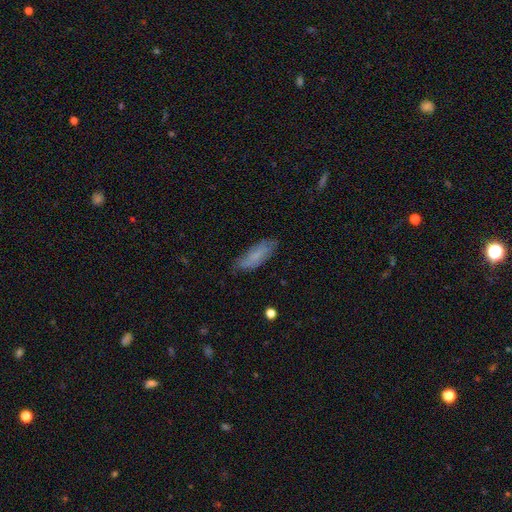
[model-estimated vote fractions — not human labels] The model was most divided on "how rounded": in between: 61%, cigar-shaped: 37%, round: 2%. More confident: merging — none (75%); smooth or featured — smooth (66%).